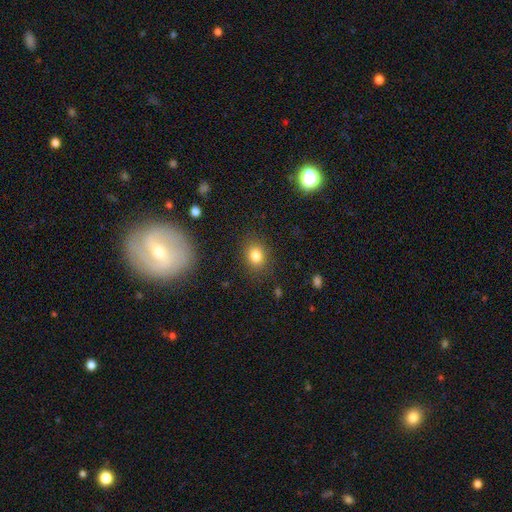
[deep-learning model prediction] A smooth galaxy with no disk features (82%) that is in between round and cigar-shaped (50%). Merging: none (84%).